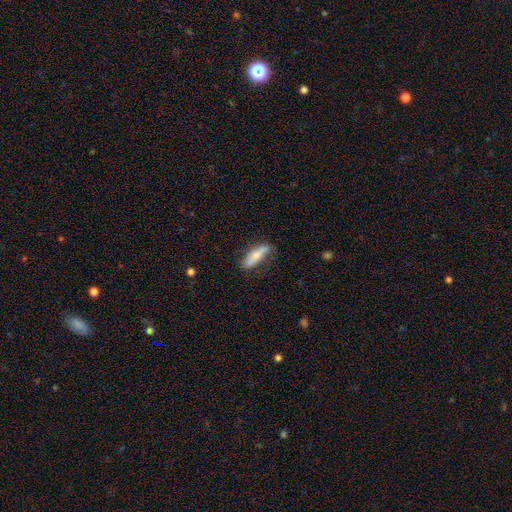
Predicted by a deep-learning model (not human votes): Smooth or featured: smooth — 72% (featured or disk — 22%)
How rounded: cigar-shaped — 55% (in between — 43%)
Merging: none — 67% (minor disturbance — 25%)